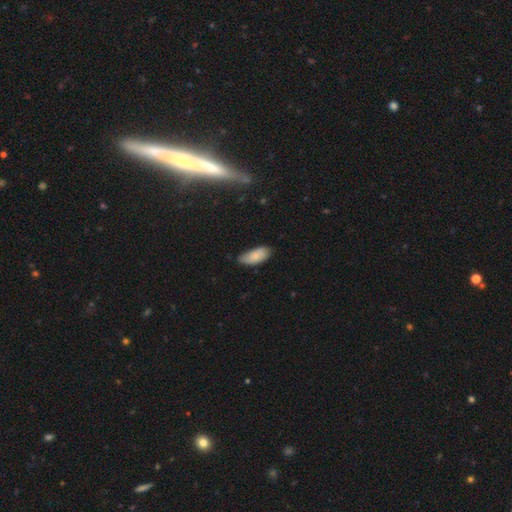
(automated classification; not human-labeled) smooth 81%, featured or disk 13%, star or artifact 7%. Down the decision tree: how rounded — in between (86%); merging — none (68%).